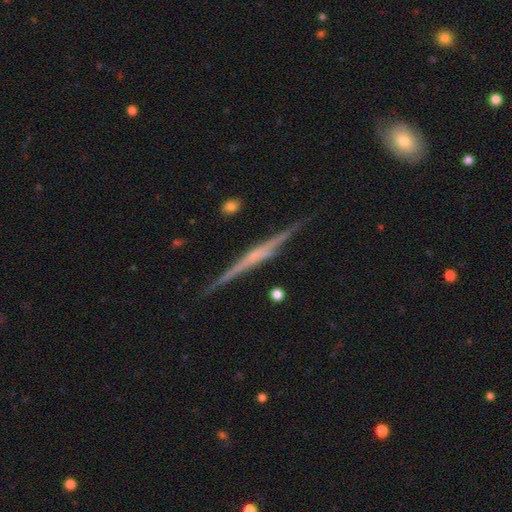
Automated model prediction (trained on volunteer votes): Overall: featured or disk (79%). Edge-on disk: yes (98%). Edge-on bulge: rounded (40%; none 38%). Merging: none (89%).